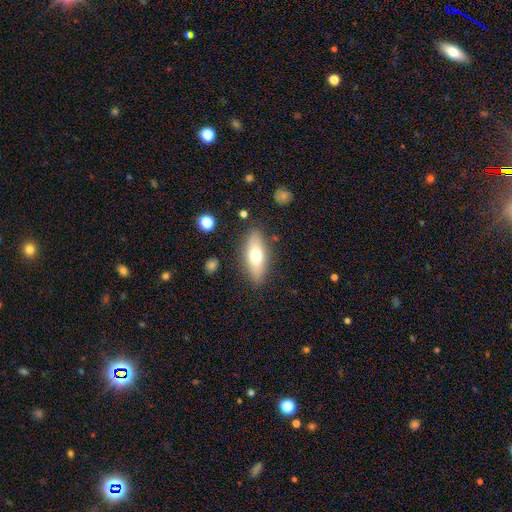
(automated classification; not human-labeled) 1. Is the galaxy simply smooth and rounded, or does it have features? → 64% smooth, 29% featured or disk, 7% star or artifact.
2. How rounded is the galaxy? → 68% in between, 28% cigar-shaped, 3% round.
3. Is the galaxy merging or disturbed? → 85% none, 11% minor disturbance, 3% major disturbance, 2% merger.